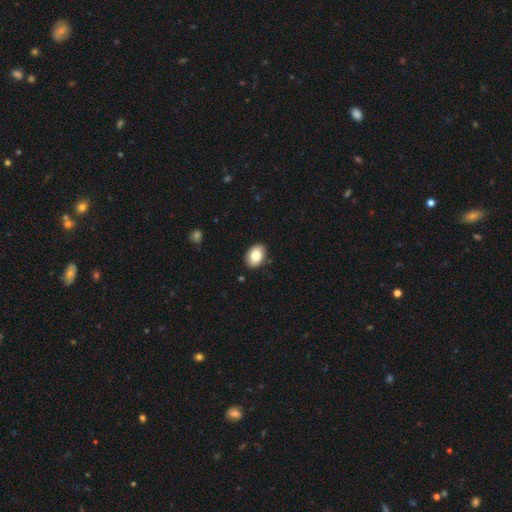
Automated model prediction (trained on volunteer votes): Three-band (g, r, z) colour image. It shows a smooth galaxy with no disk features (80%) that is in between round and cigar-shaped (84%). Merging: none (89%).